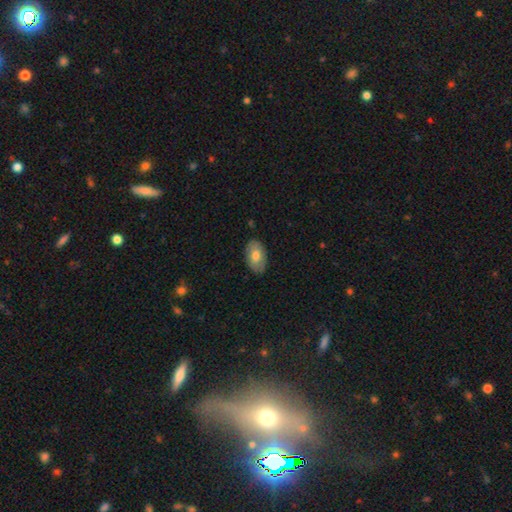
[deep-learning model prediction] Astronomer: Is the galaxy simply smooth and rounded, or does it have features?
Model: smooth — 72%.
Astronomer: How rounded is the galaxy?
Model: in between — 93%.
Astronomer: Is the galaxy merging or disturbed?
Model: none — 83%.